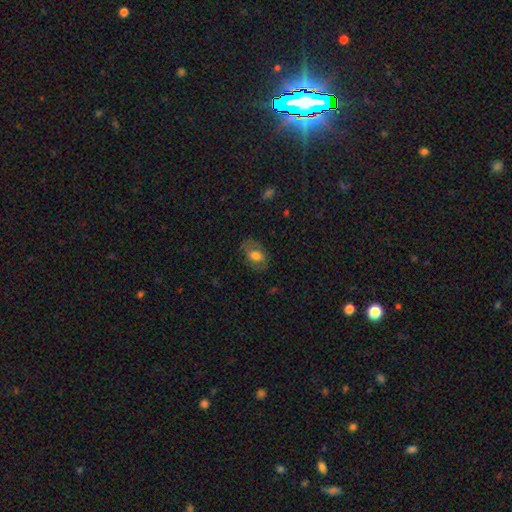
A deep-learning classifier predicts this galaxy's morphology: Smooth or featured? smooth (66%)
How rounded? in between (85%)
Merging? none (72%)